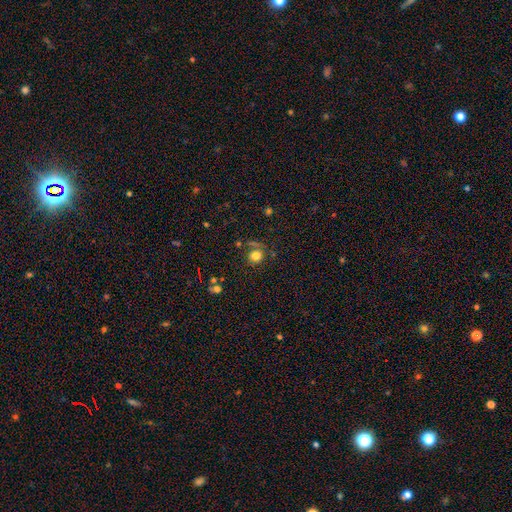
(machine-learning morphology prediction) Smooth or featured? smooth (77%)
How rounded? round (85%)
Merging? none (71%)